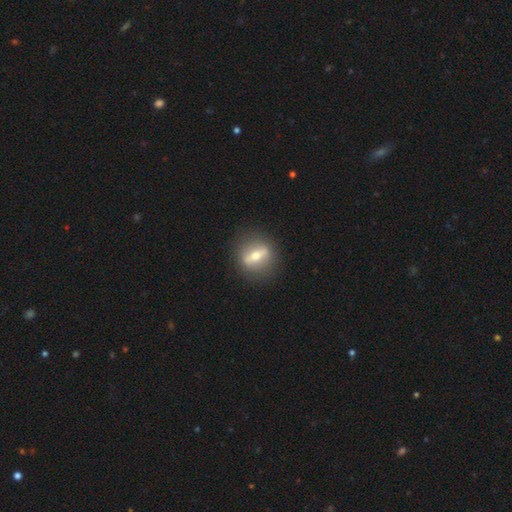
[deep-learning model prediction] Overall: featured or disk (65%; smooth 26%). Edge-on disk: no (52%; yes 48%). Merging: none (88%).